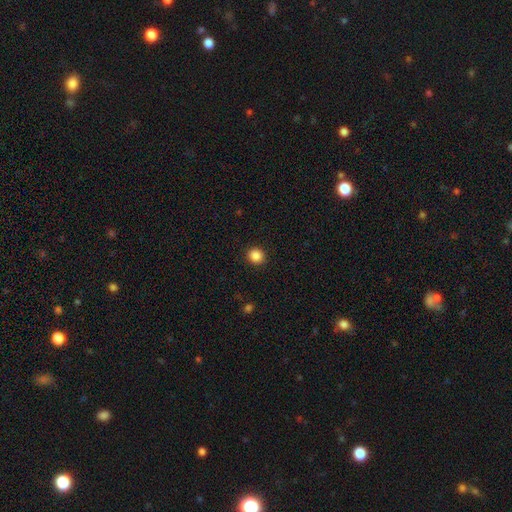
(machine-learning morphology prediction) smooth 87%, star or artifact 10%, featured or disk 3%. Down the decision tree: how rounded — round (89%); merging — none (92%).